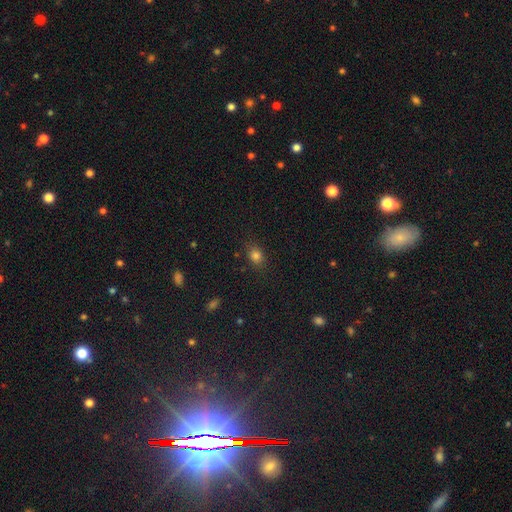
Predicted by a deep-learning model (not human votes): smooth 80%, star or artifact 14%, featured or disk 7%. Down the decision tree: how rounded — in between (54%); merging — none (81%).